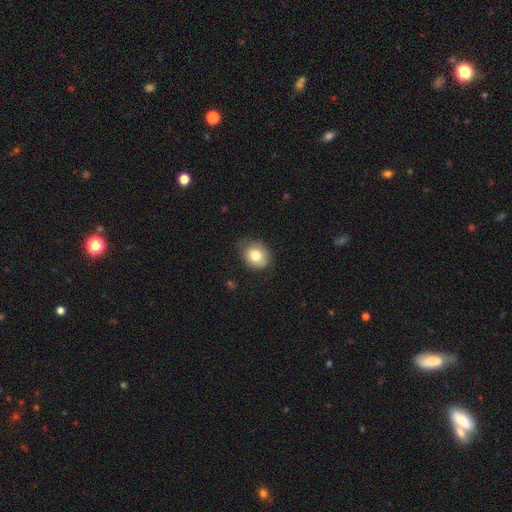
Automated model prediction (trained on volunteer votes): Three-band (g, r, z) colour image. It shows a smooth galaxy with no disk features (78%) that is round (62%). Merging: none (69%).